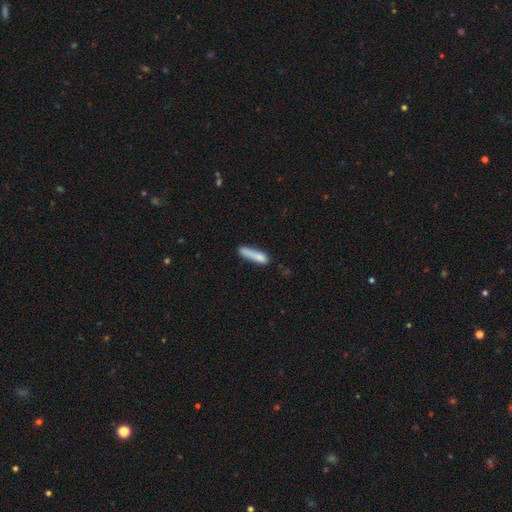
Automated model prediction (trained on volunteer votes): A smooth galaxy with no disk features (80%) that is cigar-shaped (85%).

Vote fractions:
- Smooth or featured? smooth: 80% / featured or disk: 13% / star or artifact: 7%
- How rounded? cigar-shaped: 85% / in between: 14% / round: 2%
- Merging? none: 61% / minor disturbance: 23% / merger: 8% / major disturbance: 7%